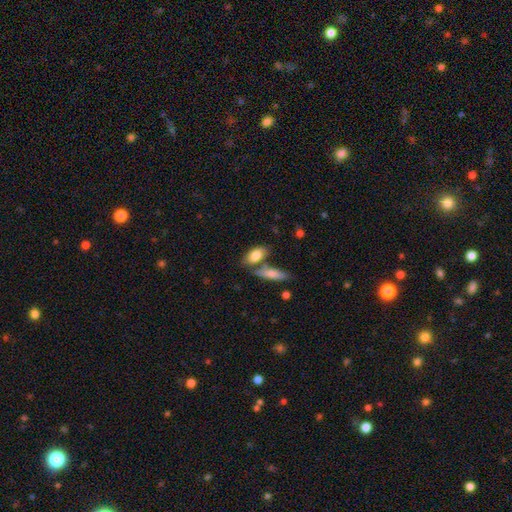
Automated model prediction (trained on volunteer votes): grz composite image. It shows a smooth galaxy with no disk features (82%) that is in between round and cigar-shaped (86%). Merging: none (56%).